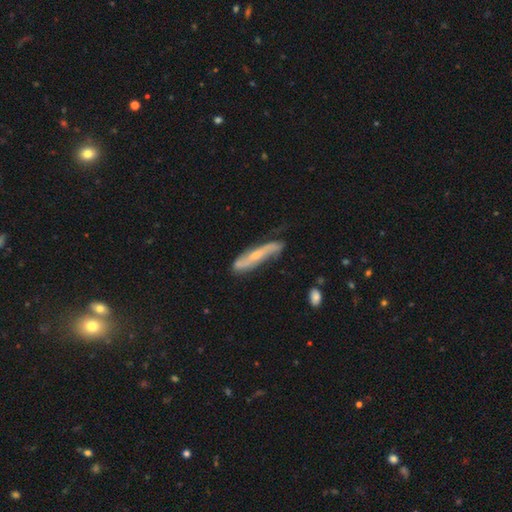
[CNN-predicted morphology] This is likely a featured or disk galaxy (67%). It is possibly not viewed edge-on (58%). Merging: likely none (64%).